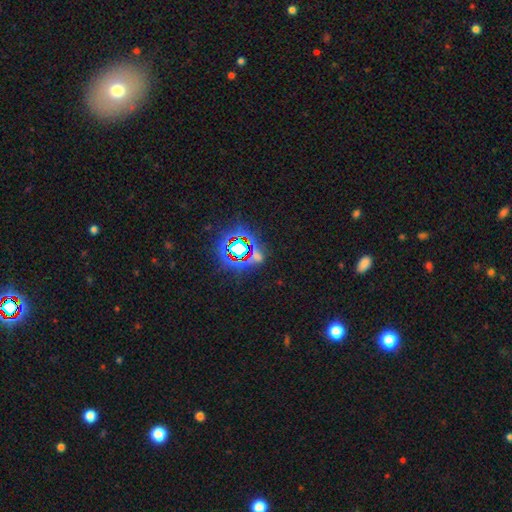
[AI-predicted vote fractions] smooth_or_featured: star or artifact (p=0.72) [alt: smooth p=0.19]